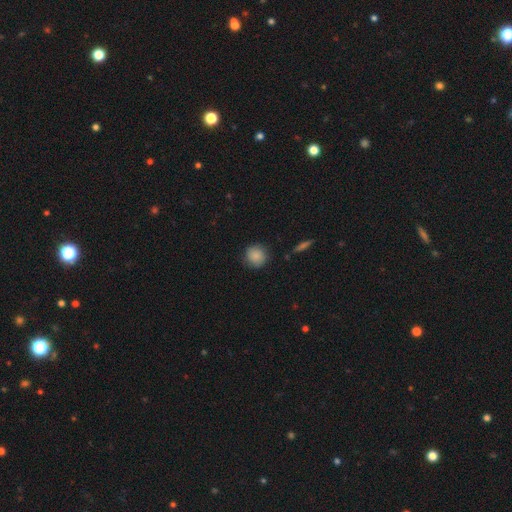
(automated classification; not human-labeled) Smooth or featured? Predicted: smooth (p=0.87). How rounded? Predicted: round (p=0.92). Merging? Predicted: none (p=0.86).